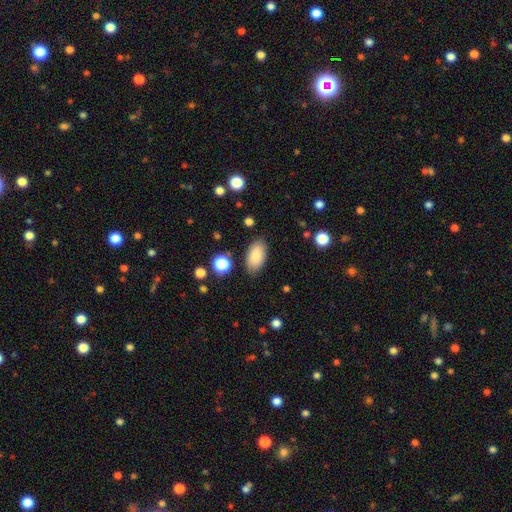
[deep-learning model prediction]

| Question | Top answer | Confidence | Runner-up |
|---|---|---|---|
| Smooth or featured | smooth | 83% | featured or disk (10%) |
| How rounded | in between | 93% | cigar-shaped (4%) |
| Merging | none | 85% | minor disturbance (10%) |